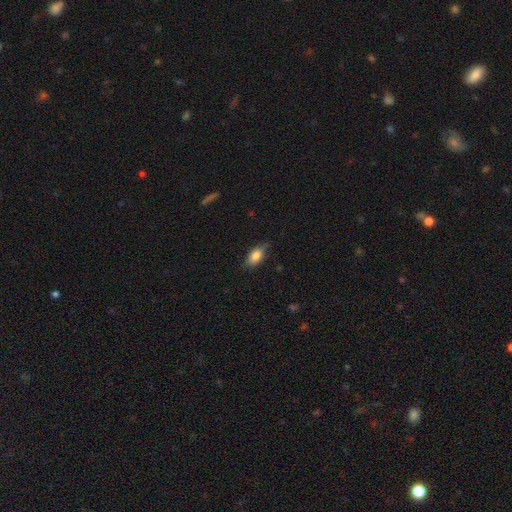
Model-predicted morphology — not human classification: smooth-or-featured: smooth: 78% | featured or disk: 14% | star or artifact: 7%
  how-rounded: in between: 86% | cigar-shaped: 8% | round: 6%
  merging: none: 67% | minor disturbance: 26% | major disturbance: 5% | merger: 1%